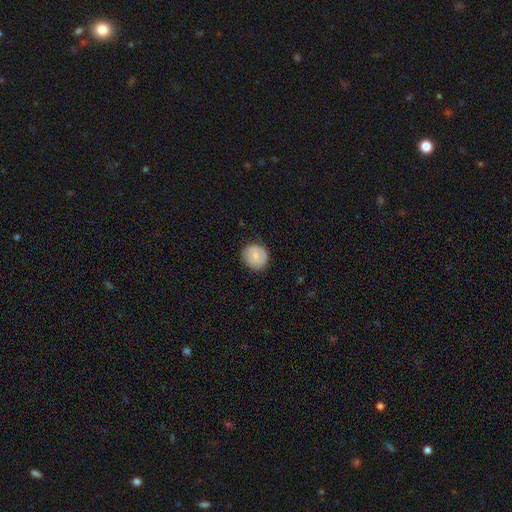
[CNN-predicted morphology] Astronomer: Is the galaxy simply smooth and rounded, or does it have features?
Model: smooth — 70%.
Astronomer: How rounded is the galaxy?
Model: round — 83%.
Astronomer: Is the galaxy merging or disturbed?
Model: none — 82%.